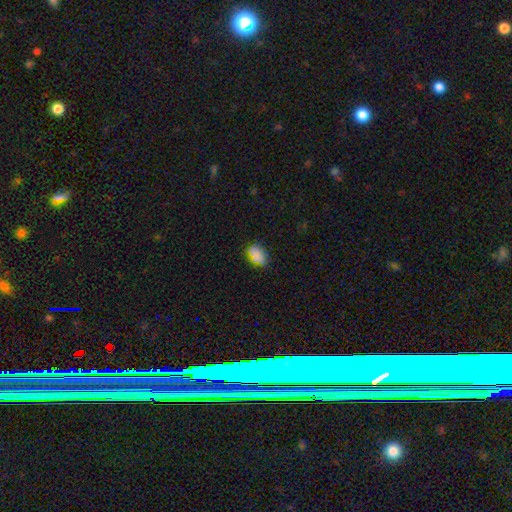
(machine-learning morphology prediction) Overall: smooth (73%). How rounded: in between (82%). Merging: none (73%).